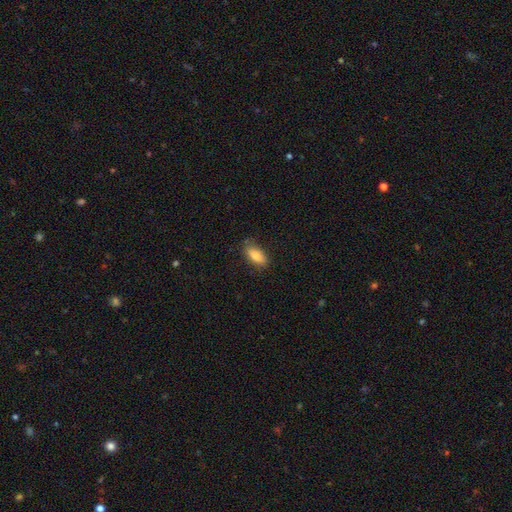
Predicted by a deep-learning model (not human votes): smooth-or-featured: smooth: 82% | featured or disk: 11% | star or artifact: 7%
  how-rounded: in between: 83% | cigar-shaped: 15% | round: 3%
  merging: none: 81% | minor disturbance: 15% | major disturbance: 3% | merger: 1%